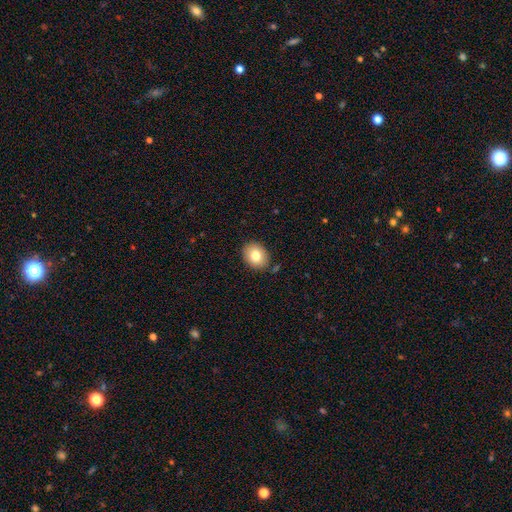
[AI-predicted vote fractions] Smooth or featured?
  - smooth: 79% *
  - featured or disk: 12%
  - star or artifact: 9%
How rounded?
  - in between: 52% *
  - round: 47%
  - cigar-shaped: 1%
Merging?
  - none: 85% *
  - minor disturbance: 10%
  - merger: 2%
  - major disturbance: 2%